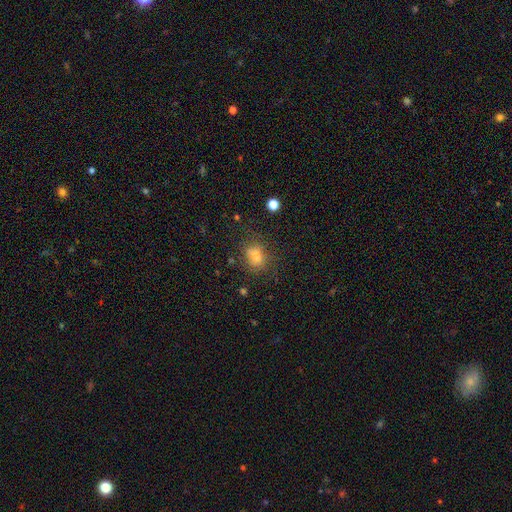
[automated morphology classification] The model was most divided on "how rounded": in between: 52%, round: 45%, cigar-shaped: 2%. More confident: smooth or featured — smooth (68%); merging — none (62%).